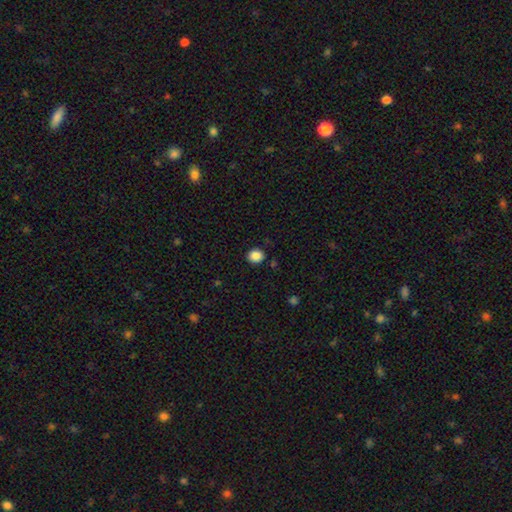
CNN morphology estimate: A smooth galaxy with no disk features (87%) that is round (75%).

Vote fractions:
- Smooth or featured? smooth: 87% / star or artifact: 10% / featured or disk: 3%
- How rounded? round: 75% / in between: 24% / cigar-shaped: 1%
- Merging? none: 88% / minor disturbance: 8% / major disturbance: 2% / merger: 2%